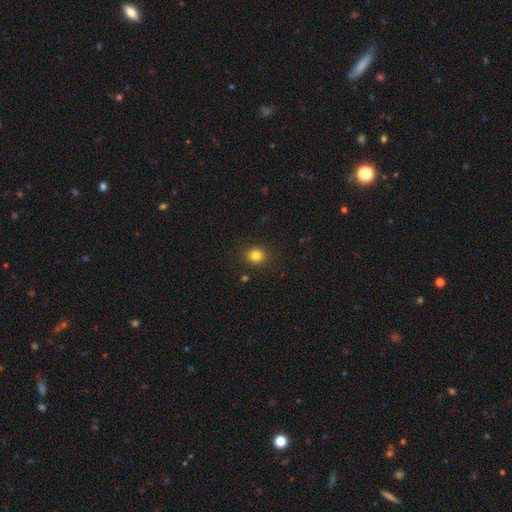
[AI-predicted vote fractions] smooth-or-featured: smooth: 83% | star or artifact: 12% | featured or disk: 5%
  how-rounded: round: 81% | in between: 18% | cigar-shaped: 1%
  merging: none: 90% | minor disturbance: 7% | major disturbance: 2% | merger: 1%